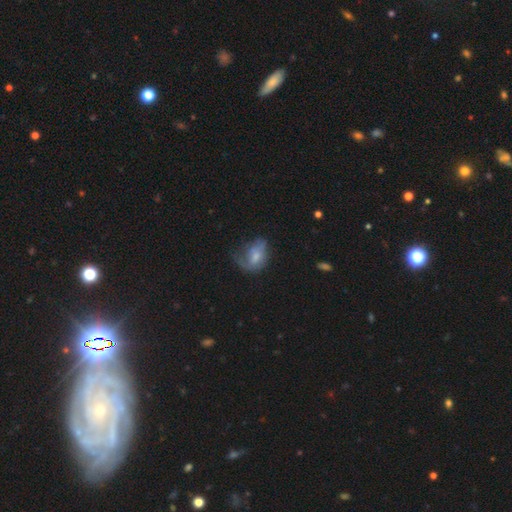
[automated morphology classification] smooth_or_featured: smooth (p=0.51) [alt: featured or disk p=0.40]
how_rounded: in between (p=0.73) [alt: round p=0.25]
merging: major disturbance (p=0.38) [alt: none p=0.31]